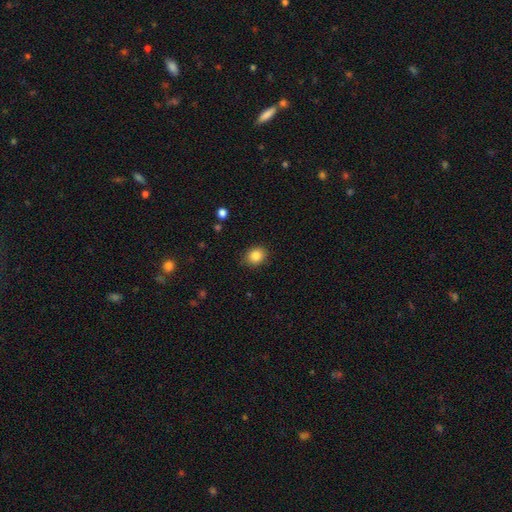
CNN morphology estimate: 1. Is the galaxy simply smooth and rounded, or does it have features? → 85% smooth, 9% star or artifact, 5% featured or disk.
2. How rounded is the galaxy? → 58% round, 41% in between, 1% cigar-shaped.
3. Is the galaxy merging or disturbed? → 85% none, 11% minor disturbance, 3% major disturbance, 1% merger.